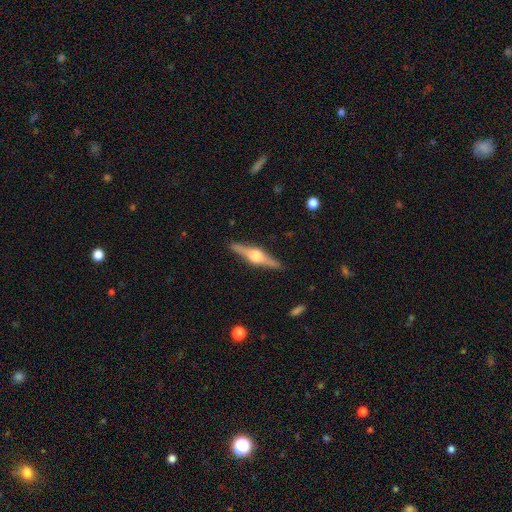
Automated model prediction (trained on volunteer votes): Morphology: type=featured or disk (81%); edge-on=yes (98%); edge-on bulge=rounded (94%); merging=none (91%).